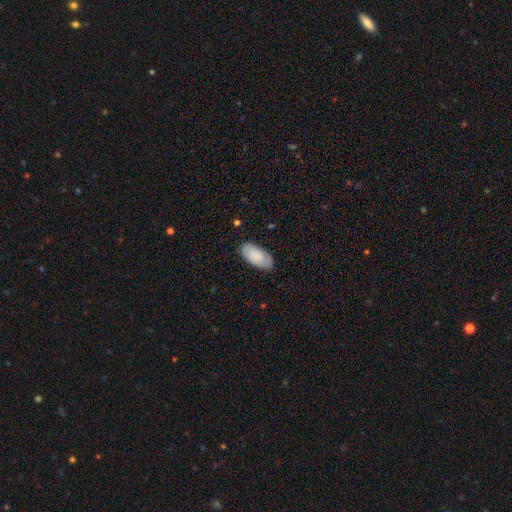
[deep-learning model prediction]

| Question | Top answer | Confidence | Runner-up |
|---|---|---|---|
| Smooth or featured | smooth | 80% | featured or disk (15%) |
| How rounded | in between | 94% | cigar-shaped (4%) |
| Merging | none | 82% | minor disturbance (14%) |